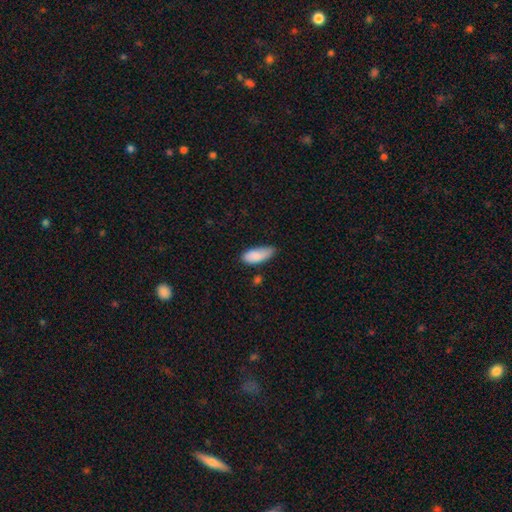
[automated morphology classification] This is clearly a smooth galaxy (86%). How rounded: clearly in between (84%). Merging: possibly none (50%).